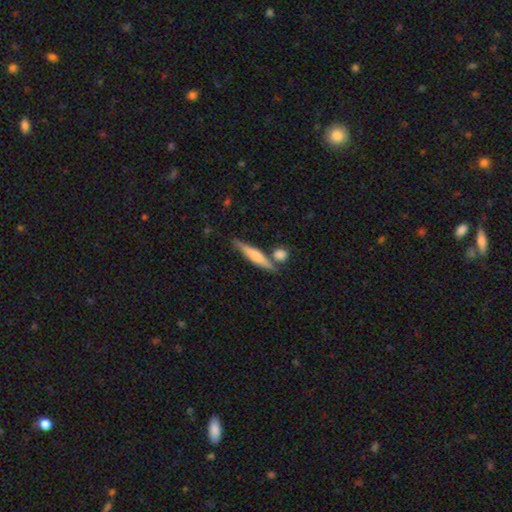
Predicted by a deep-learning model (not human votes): This appears to be a smooth galaxy with no disk features (53%) that is cigar-shaped (86%). Merging: none (74%).